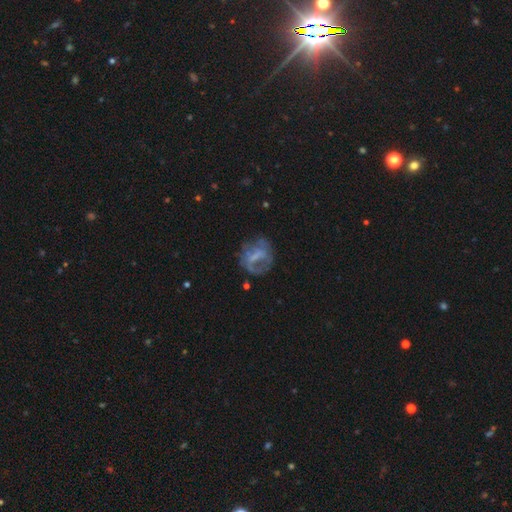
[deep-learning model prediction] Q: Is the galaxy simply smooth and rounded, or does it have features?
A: featured or disk — 54%.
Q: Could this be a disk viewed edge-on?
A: no — 96%.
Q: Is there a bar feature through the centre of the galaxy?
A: no — 45%.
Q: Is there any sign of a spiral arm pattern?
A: no — 66%.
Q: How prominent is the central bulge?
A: none — 52%.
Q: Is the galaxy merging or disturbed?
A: none — 53%.